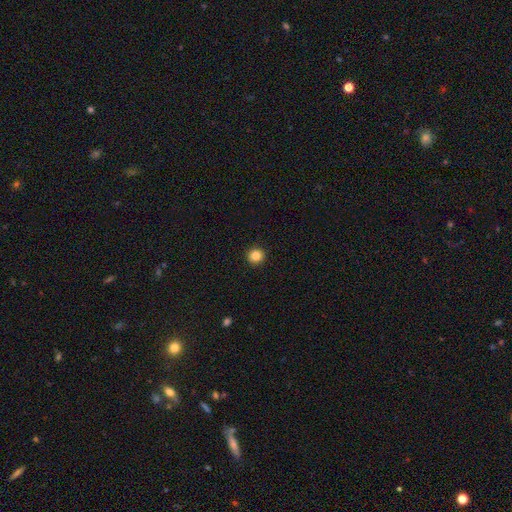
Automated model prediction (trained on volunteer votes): Smooth or featured?
  - smooth: 85% *
  - star or artifact: 11%
  - featured or disk: 4%
How rounded?
  - round: 94% *
  - in between: 5%
  - cigar-shaped: 1%
Merging?
  - none: 93% *
  - minor disturbance: 4%
  - major disturbance: 1%
  - merger: 1%